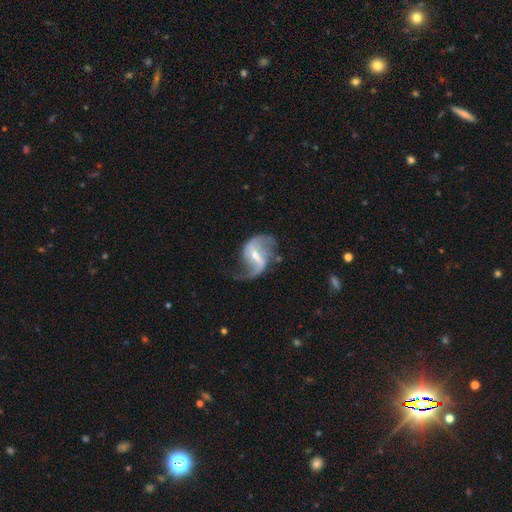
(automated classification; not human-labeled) smooth-or-featured: featured or disk: 88% | smooth: 7% | star or artifact: 5%
  disk-edge-on: no: 98% | yes: 2%
    bar: strong: 47% | weak: 44% | no: 9%
    has-spiral-arms: yes: 94% | no: 6%
      spiral-winding: loose: 74% | medium: 22% | tight: 4%
      spiral-arm-count: 2: 83% | 1: 11% | can't tell: 3% | 3: 1% | 4: 1% | more than 4: 1%
    bulge-size: small: 43% | moderate: 40% | none: 11% | large: 4% | dominant: 1%
  merging: none: 55% | major disturbance: 22% | minor disturbance: 19% | merger: 3%